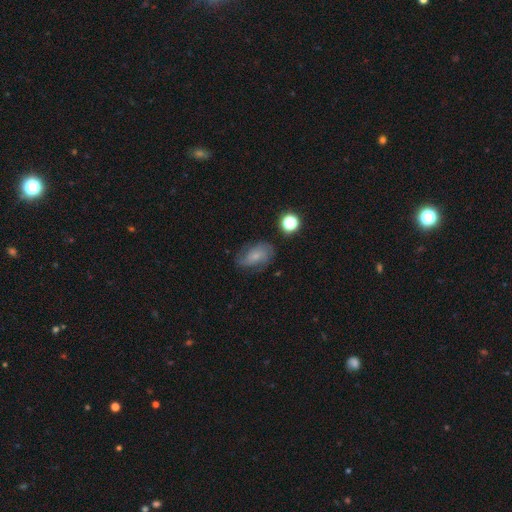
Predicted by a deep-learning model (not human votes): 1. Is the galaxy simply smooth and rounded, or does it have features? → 47% featured or disk, 42% smooth, 11% star or artifact.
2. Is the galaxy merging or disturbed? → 65% none, 23% minor disturbance, 10% major disturbance, 2% merger.